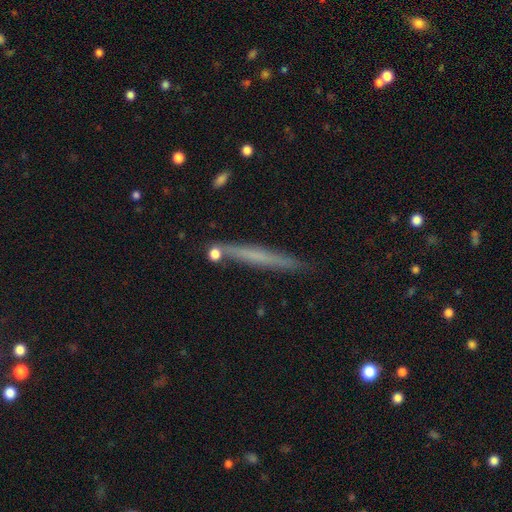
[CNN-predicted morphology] Smooth or featured? Predicted: smooth (p=0.53). How rounded? Predicted: cigar-shaped (p=0.96). Merging? Predicted: none (p=0.85).